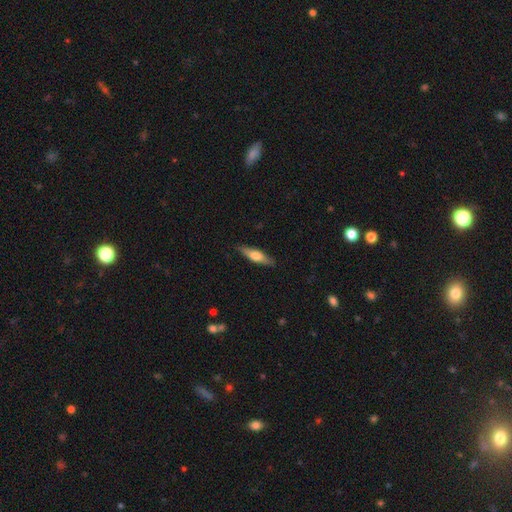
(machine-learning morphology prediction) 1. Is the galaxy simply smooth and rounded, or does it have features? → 50% smooth, 44% featured or disk, 6% star or artifact.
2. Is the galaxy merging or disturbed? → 87% none, 10% minor disturbance, 2% major disturbance, 1% merger.